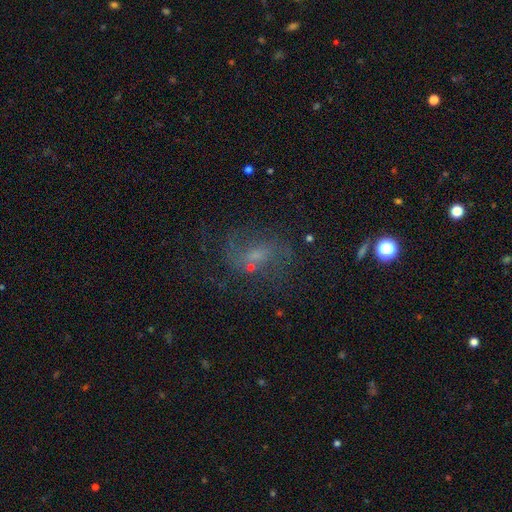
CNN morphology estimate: Smooth or featured? Predicted: featured or disk (p=0.59). Edge-on disk? Predicted: no (p=0.97). Bar? Predicted: no (p=0.49). Spiral arms? Predicted: yes (p=0.78). Bulge size? Predicted: small (p=0.45). Merging? Predicted: none (p=0.56).